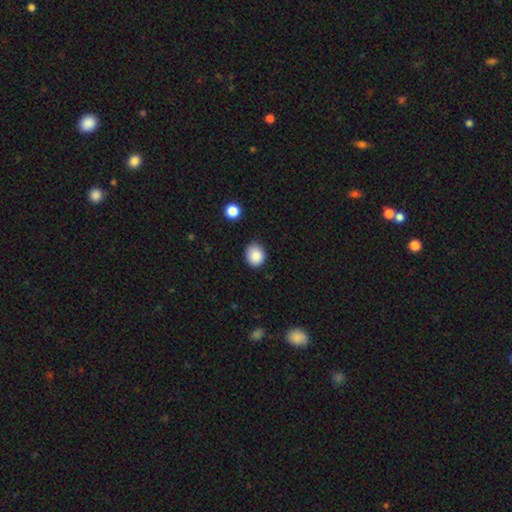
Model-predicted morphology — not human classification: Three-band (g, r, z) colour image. It shows a smooth galaxy with no disk features (86%) that is round (68%). Merging: none (80%).